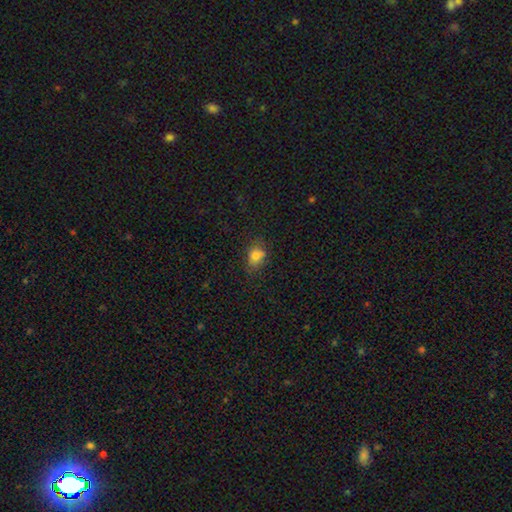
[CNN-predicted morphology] Smooth or featured: smooth — 78% (star or artifact — 12%)
How rounded: in between — 61% (round — 38%)
Merging: none — 70% (minor disturbance — 20%)